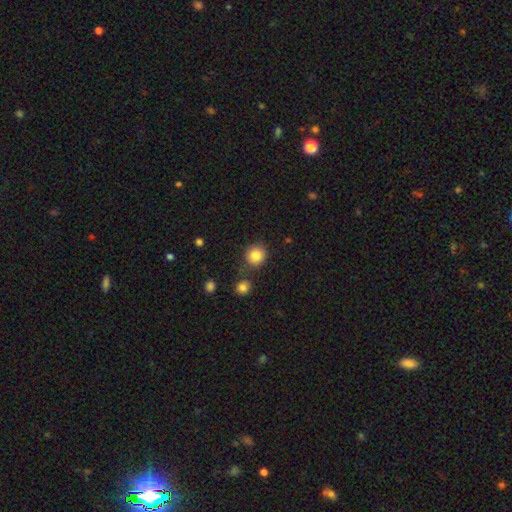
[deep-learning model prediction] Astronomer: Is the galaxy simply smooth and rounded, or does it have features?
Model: smooth — 85%.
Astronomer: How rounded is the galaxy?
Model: round — 87%.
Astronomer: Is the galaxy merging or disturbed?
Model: none — 80%.